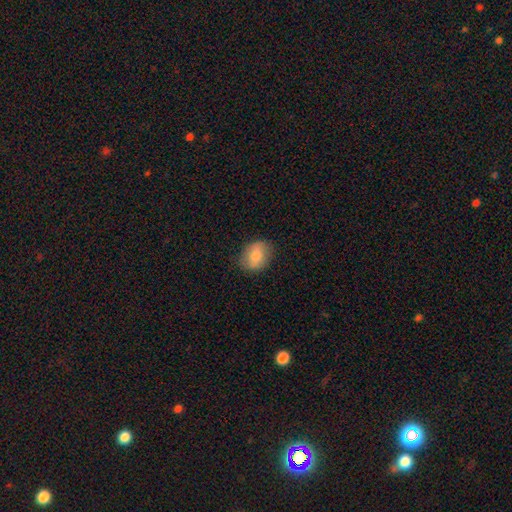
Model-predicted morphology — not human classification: This is likely a smooth galaxy (74%). How rounded: likely in between (61%). Merging: clearly none (84%).